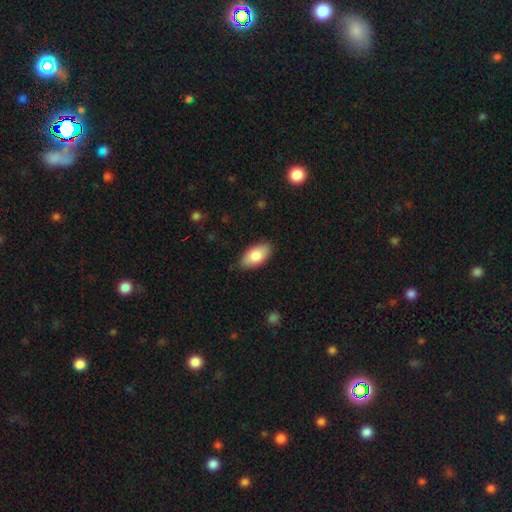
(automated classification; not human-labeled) Morphology: type=smooth (83%); roundness=in between (94%); merging=none (84%).